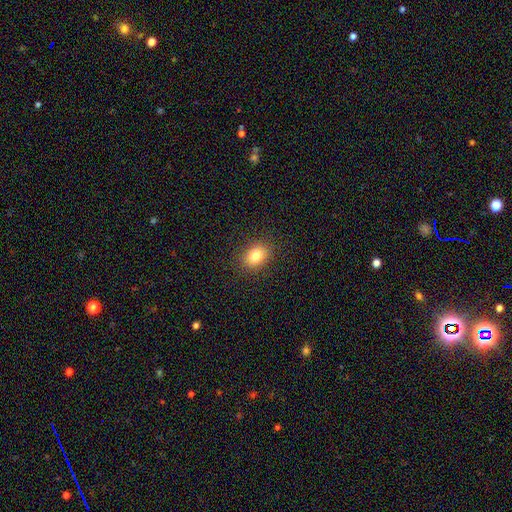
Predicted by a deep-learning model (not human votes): A smooth galaxy with no disk features (81%) that is in between round and cigar-shaped (61%). Merging: none (88%).